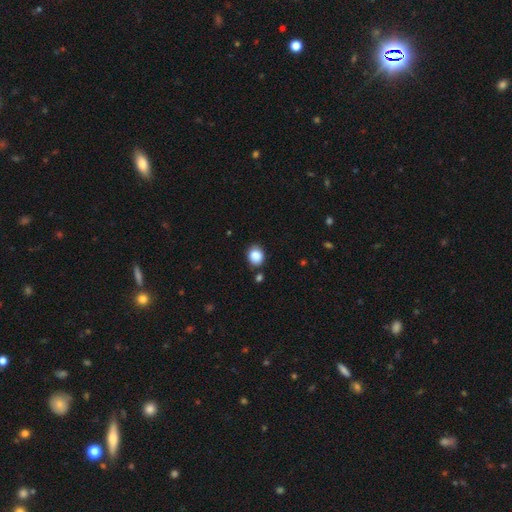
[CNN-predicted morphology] Smooth or featured? Predicted: smooth (p=0.87). How rounded? Predicted: round (p=0.59). Merging? Predicted: none (p=0.79).